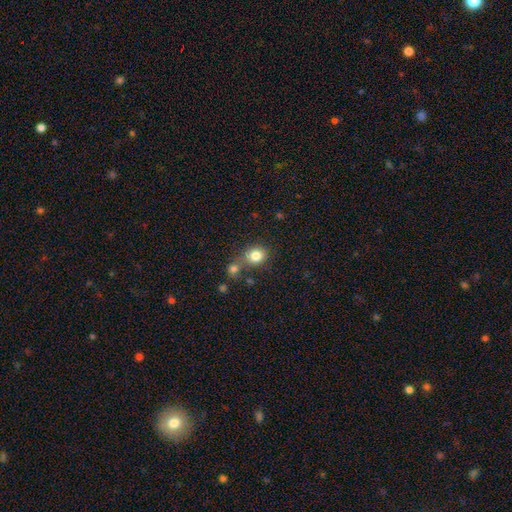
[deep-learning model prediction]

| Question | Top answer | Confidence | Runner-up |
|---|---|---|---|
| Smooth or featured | smooth | 82% | star or artifact (11%) |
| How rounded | round | 72% | in between (27%) |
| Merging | none | 53% | merger (29%) |